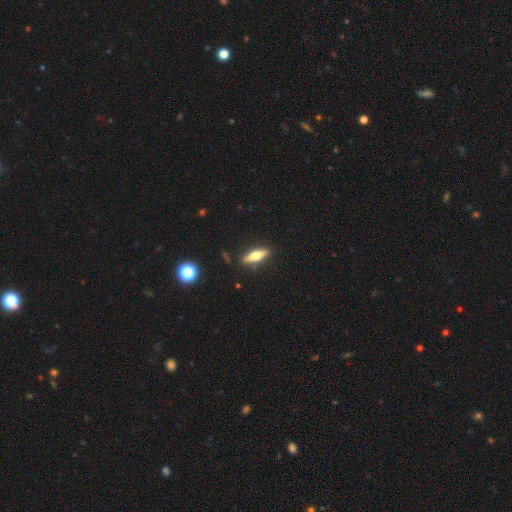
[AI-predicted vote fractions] Smooth or featured?
  - smooth: 50% *
  - featured or disk: 43%
  - star or artifact: 7%
How rounded?
  - cigar-shaped: 57% *
  - in between: 40%
  - round: 3%
Merging?
  - none: 87% *
  - minor disturbance: 9%
  - major disturbance: 2%
  - merger: 2%